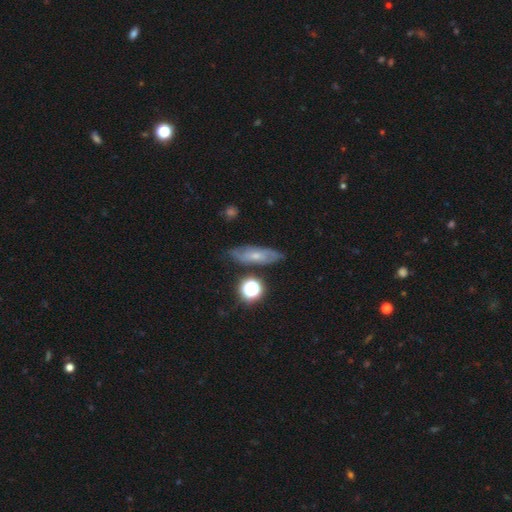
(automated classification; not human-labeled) Smooth or featured: featured or disk — 52% (smooth — 35%)
Edge-on disk: no — 72% (yes — 28%)
Merging: none — 74% (minor disturbance — 18%)